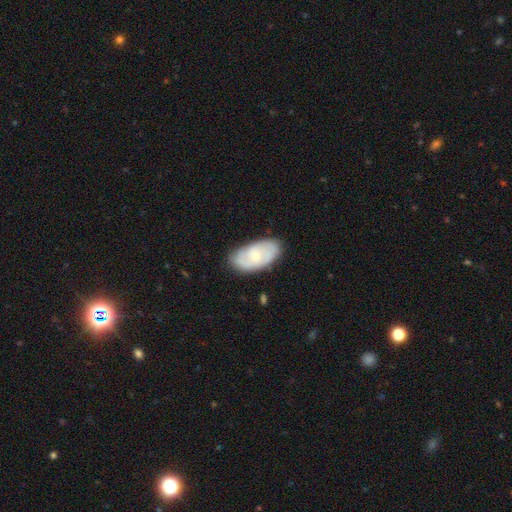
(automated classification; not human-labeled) Smooth or featured: featured or disk — 47% (tied with smooth — 47%)
Merging: none — 75% (minor disturbance — 19%)